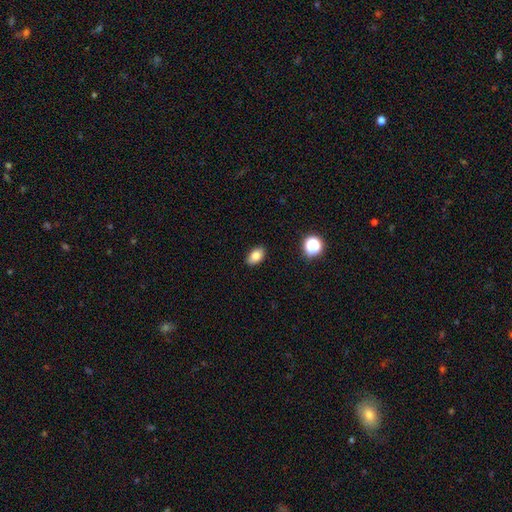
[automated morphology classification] smooth-or-featured: smooth: 83% | star or artifact: 10% | featured or disk: 7%
  how-rounded: in between: 88% | round: 10% | cigar-shaped: 2%
  merging: none: 87% | minor disturbance: 10% | major disturbance: 2% | merger: 1%